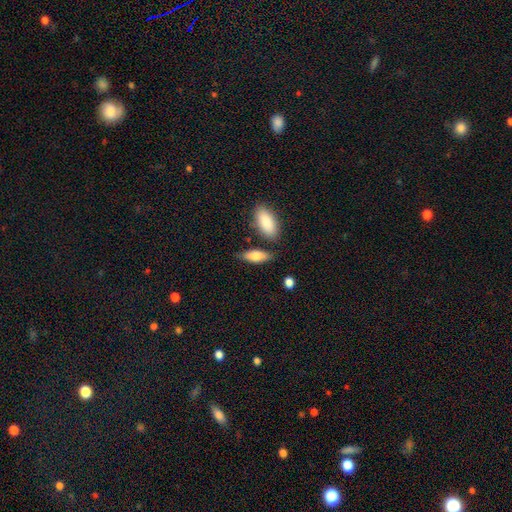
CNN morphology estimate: A smooth galaxy with no disk features (77%) that is in between round and cigar-shaped (75%).

Vote fractions:
- Smooth or featured? smooth: 77% / featured or disk: 17% / star or artifact: 6%
- How rounded? in between: 75% / cigar-shaped: 22% / round: 3%
- Merging? none: 72% / minor disturbance: 16% / merger: 9% / major disturbance: 4%